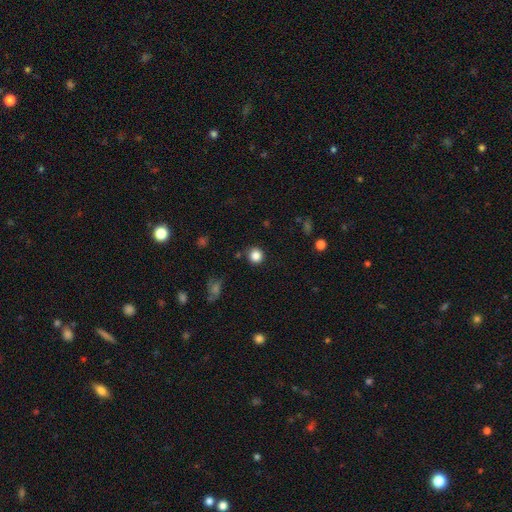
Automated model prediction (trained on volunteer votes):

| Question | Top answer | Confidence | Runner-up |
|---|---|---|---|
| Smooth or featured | smooth | 85% | star or artifact (11%) |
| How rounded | round | 92% | in between (7%) |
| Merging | none | 88% | minor disturbance (7%) |